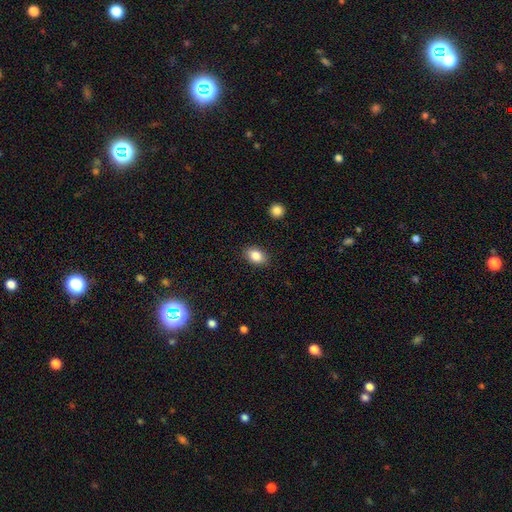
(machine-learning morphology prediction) Smooth or featured? Predicted: smooth (p=0.86). How rounded? Predicted: in between (p=0.82). Merging? Predicted: none (p=0.88).